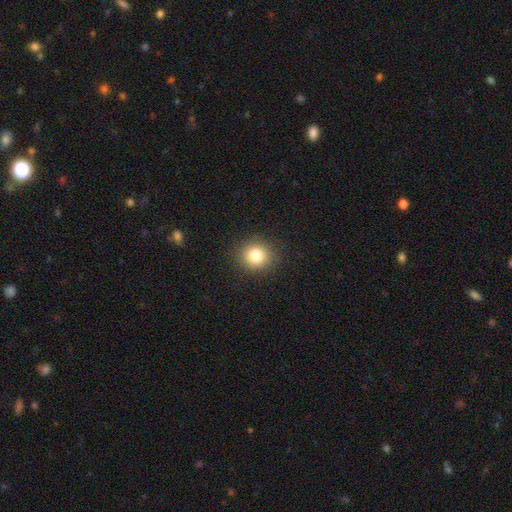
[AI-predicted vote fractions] This is clearly a smooth galaxy (81%). How rounded: clearly round (87%). Merging: clearly none (90%).